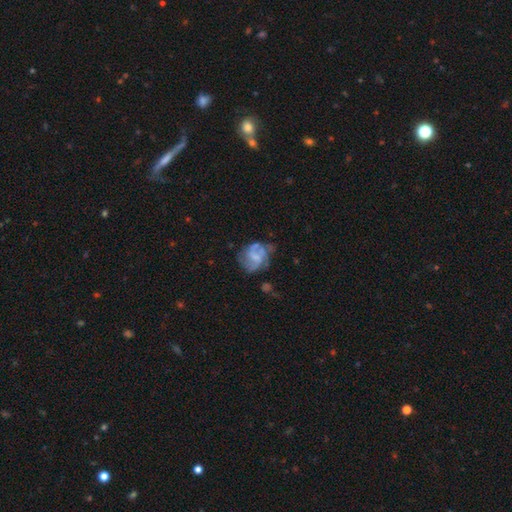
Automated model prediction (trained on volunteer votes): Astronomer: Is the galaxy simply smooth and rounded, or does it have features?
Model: featured or disk — 72%.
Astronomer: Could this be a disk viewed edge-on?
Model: no — 98%.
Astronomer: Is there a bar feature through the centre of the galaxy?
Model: no — 46% (runner-up: weak, 44%).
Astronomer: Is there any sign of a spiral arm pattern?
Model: yes — 83%.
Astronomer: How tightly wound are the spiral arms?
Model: medium — 46% (runner-up: loose, 31%).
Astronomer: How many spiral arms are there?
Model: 2 — 39% (runner-up: 3, 24%).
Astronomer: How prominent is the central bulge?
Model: small — 39% (runner-up: none, 33%).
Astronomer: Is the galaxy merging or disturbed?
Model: none — 54%.